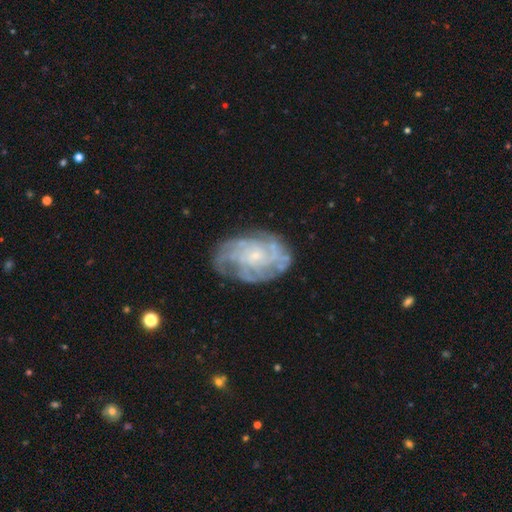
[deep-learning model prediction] A featured or disk galaxy (83%) with no bar (75%), tight (63%) spiral arms (94%) and a small central bulge (77%). Merging: none (72%).